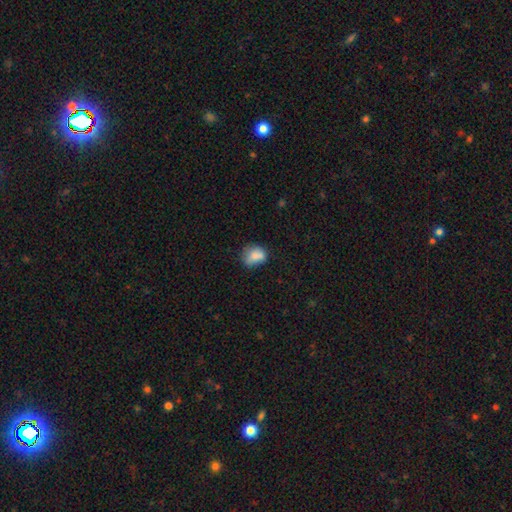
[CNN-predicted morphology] smooth_or_featured: smooth (p=0.76) [alt: featured or disk p=0.14]
how_rounded: in between (p=0.51) [alt: round p=0.47]
merging: none (p=0.43) [alt: minor disturbance p=0.30]